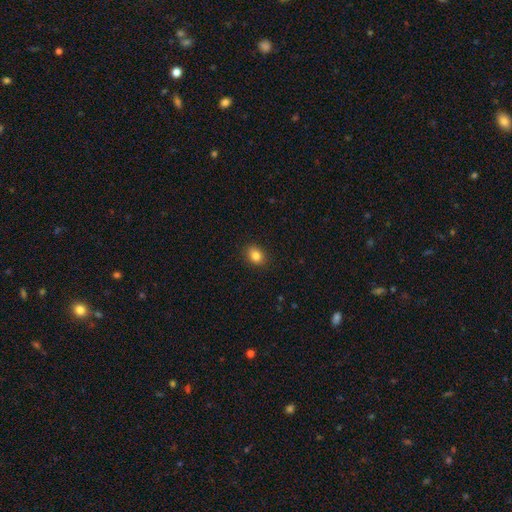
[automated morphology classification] Overall: smooth (84%). How rounded: in between (61%; round 38%). Merging: none (90%).